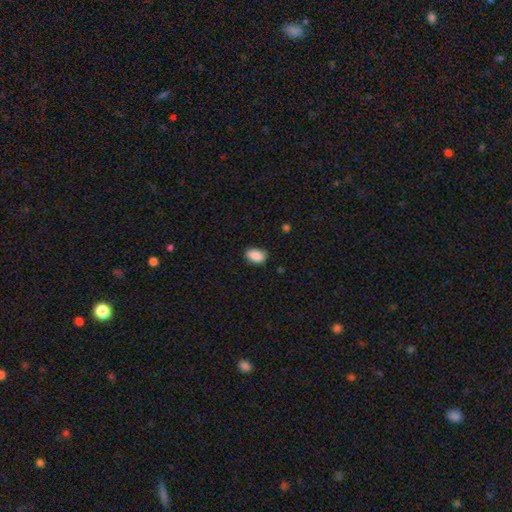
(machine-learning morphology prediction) Overall: smooth (89%). How rounded: in between (89%). Merging: none (82%).